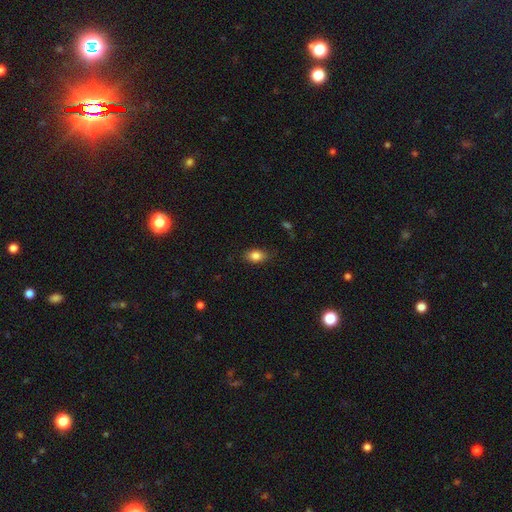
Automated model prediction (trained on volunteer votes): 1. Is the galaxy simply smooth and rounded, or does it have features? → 85% smooth, 8% star or artifact, 7% featured or disk.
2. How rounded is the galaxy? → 84% in between, 14% round, 3% cigar-shaped.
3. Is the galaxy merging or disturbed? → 81% none, 15% minor disturbance, 3% major disturbance, 1% merger.